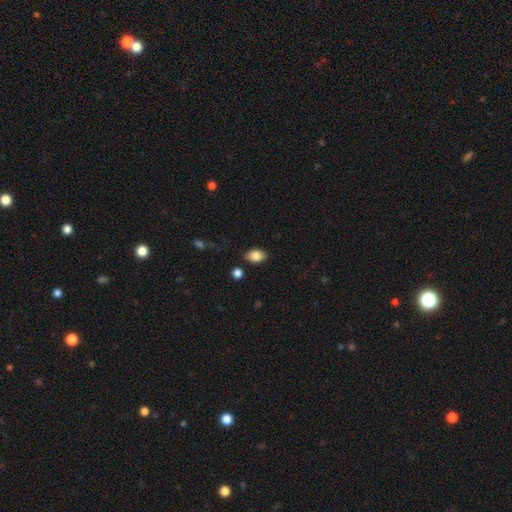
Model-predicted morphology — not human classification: Smooth or featured?
  - smooth: 86% *
  - star or artifact: 8%
  - featured or disk: 6%
How rounded?
  - in between: 82% *
  - round: 17%
  - cigar-shaped: 1%
Merging?
  - none: 82% *
  - minor disturbance: 12%
  - merger: 3%
  - major disturbance: 3%